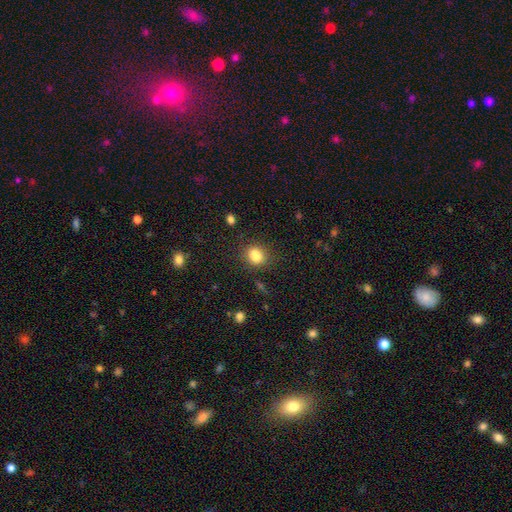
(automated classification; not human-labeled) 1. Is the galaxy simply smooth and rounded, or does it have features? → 80% smooth, 12% star or artifact, 9% featured or disk.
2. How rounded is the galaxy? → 50% in between, 48% round, 2% cigar-shaped.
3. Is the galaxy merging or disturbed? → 63% none, 17% merger, 15% minor disturbance, 5% major disturbance.